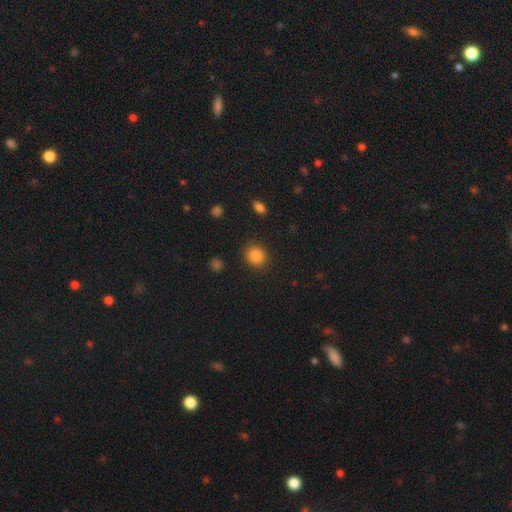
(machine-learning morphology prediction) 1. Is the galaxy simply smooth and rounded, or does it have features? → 85% smooth, 10% star or artifact, 4% featured or disk.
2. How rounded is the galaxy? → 76% round, 23% in between, 1% cigar-shaped.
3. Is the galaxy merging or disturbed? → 89% none, 7% minor disturbance, 3% major disturbance, 1% merger.